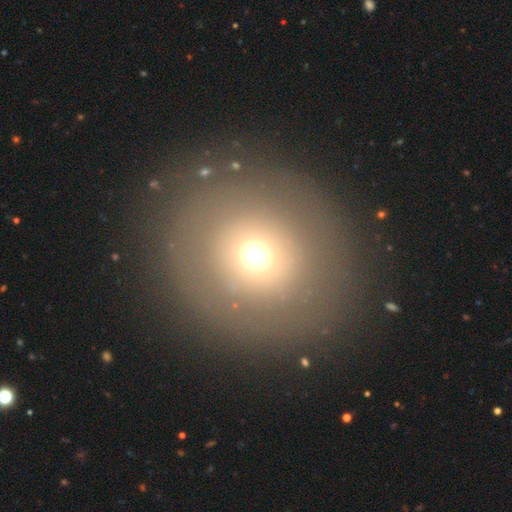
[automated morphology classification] Q: Smooth or featured?
A: smooth (62%); runner-up: star or artifact (20%)
Q: How rounded?
A: round (90%); runner-up: in between (9%)
Q: Merging?
A: none (80%); runner-up: minor disturbance (10%)